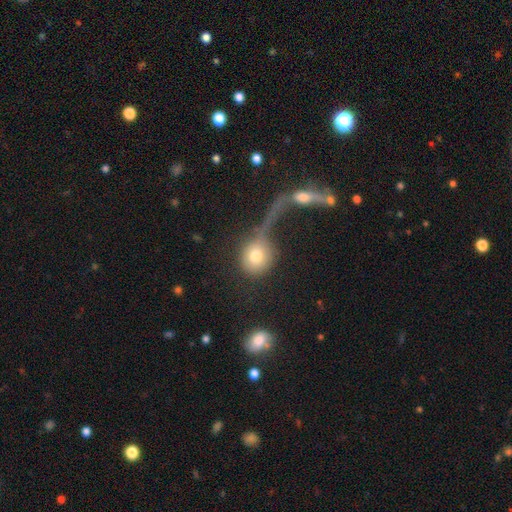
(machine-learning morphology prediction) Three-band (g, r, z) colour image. It shows a smooth galaxy with no disk features (73%) that is round (80%). Merging: merger (32%).